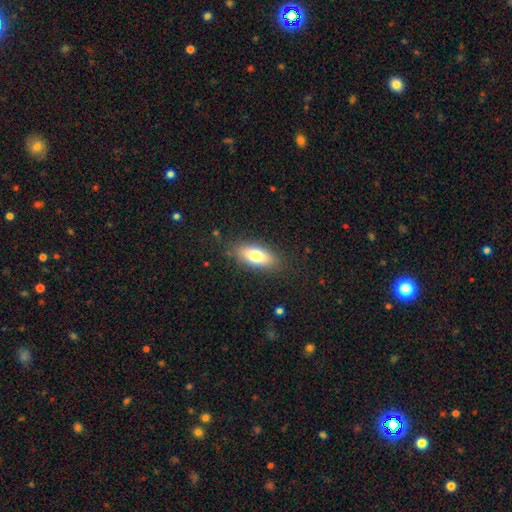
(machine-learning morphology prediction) This appears to be a smooth galaxy with no disk features (75%) that is in between round and cigar-shaped (81%). Merging: none (84%).